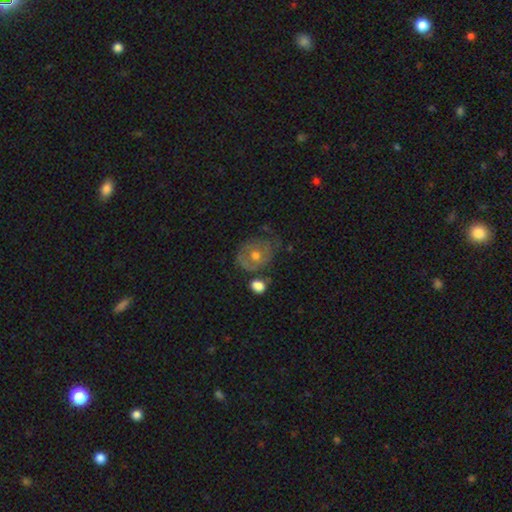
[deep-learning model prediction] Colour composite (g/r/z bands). It shows a featured or disk galaxy (48%). Merging: none (49%).